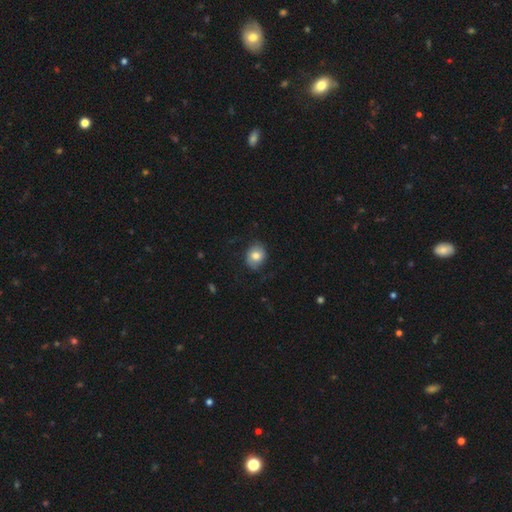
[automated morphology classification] smooth 75%, featured or disk 17%, star or artifact 8%. Down the decision tree: how rounded — round (51%); merging — none (72%).